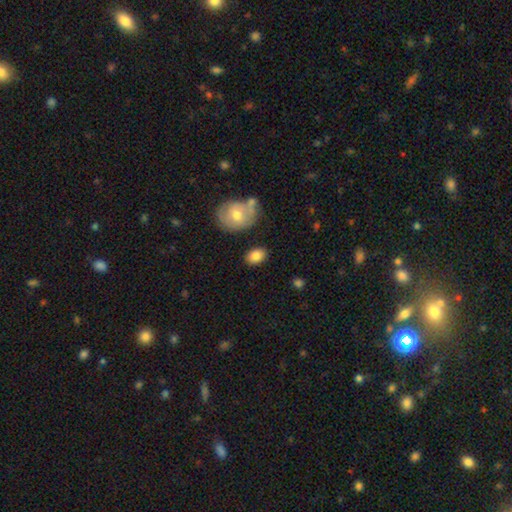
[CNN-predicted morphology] Smooth or featured? smooth (84%)
How rounded? in between (82%)
Merging? none (82%)